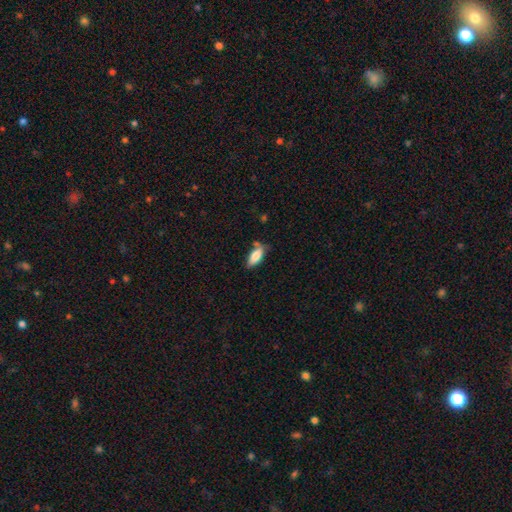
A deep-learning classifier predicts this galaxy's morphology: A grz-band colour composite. It shows a smooth galaxy with no disk features (81%) that is in between round and cigar-shaped (79%). Merging: none (60%).